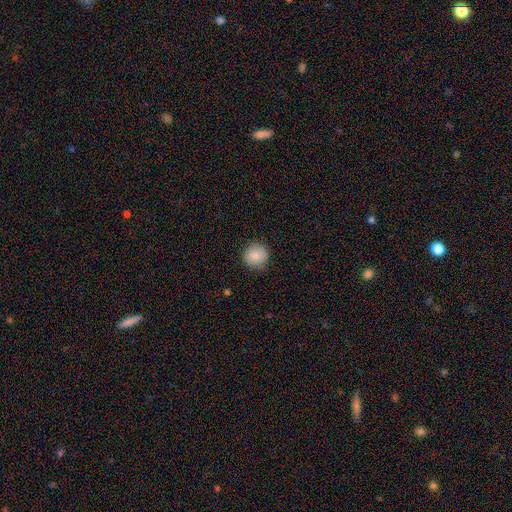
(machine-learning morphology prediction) The model was most divided on "smooth or featured": smooth: 79%, featured or disk: 13%, star or artifact: 8%. More confident: how rounded — round (93%); merging — none (84%).